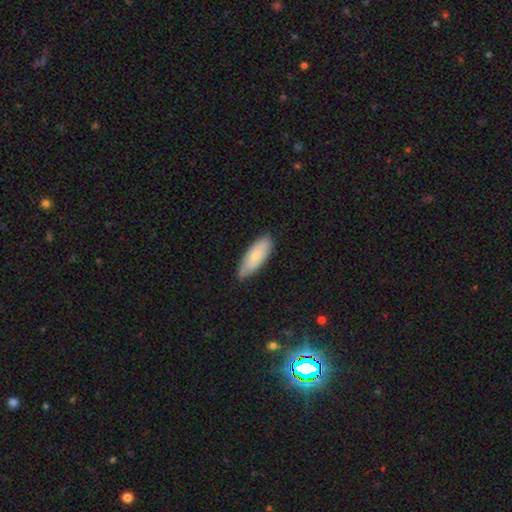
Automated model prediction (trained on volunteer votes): This is likely a smooth galaxy (76%). How rounded: likely in between (72%). Merging: likely none (70%).